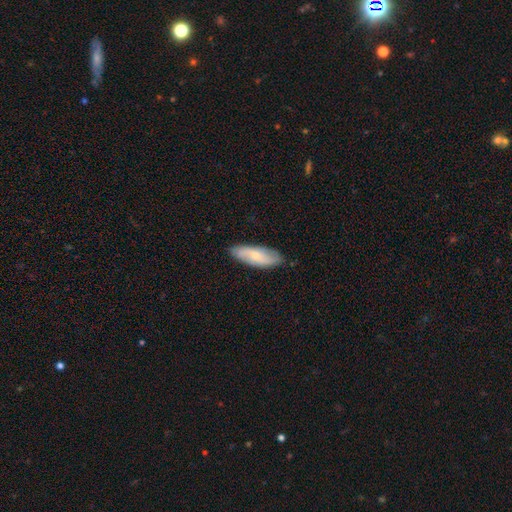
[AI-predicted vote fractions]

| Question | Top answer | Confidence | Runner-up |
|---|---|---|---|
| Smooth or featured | smooth | 52% | featured or disk (42%) |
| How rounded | in between | 61% | cigar-shaped (37%) |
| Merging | none | 85% | minor disturbance (11%) |